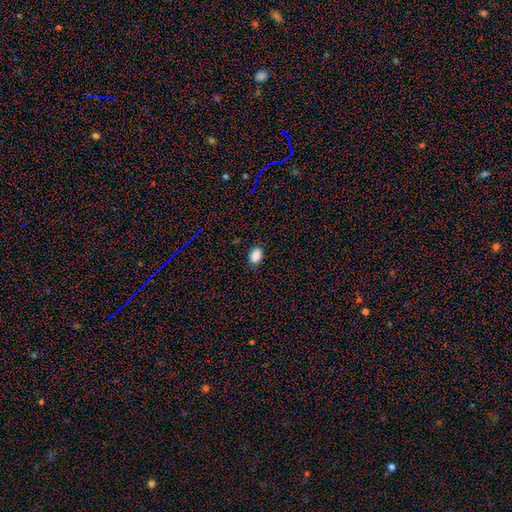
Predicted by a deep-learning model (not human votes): This appears to be a smooth galaxy with no disk features (86%) that is in between round and cigar-shaped (72%). Merging: none (85%).